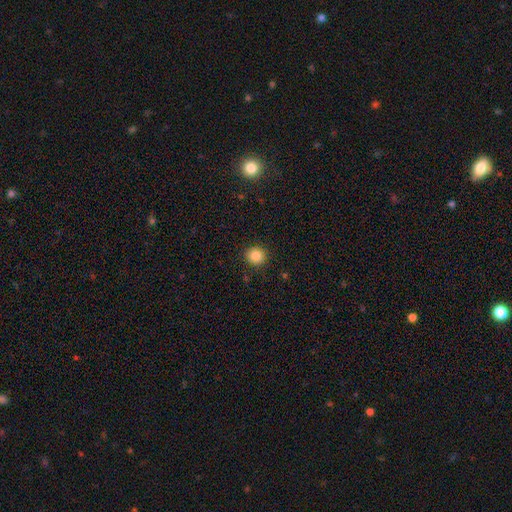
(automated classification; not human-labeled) Overall: smooth (86%). How rounded: round (90%). Merging: none (91%).